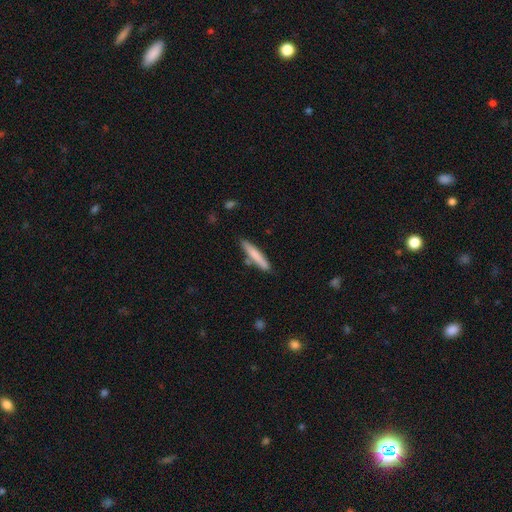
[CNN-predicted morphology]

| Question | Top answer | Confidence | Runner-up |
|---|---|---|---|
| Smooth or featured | smooth | 74% | featured or disk (20%) |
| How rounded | cigar-shaped | 93% | in between (6%) |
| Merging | none | 81% | minor disturbance (11%) |